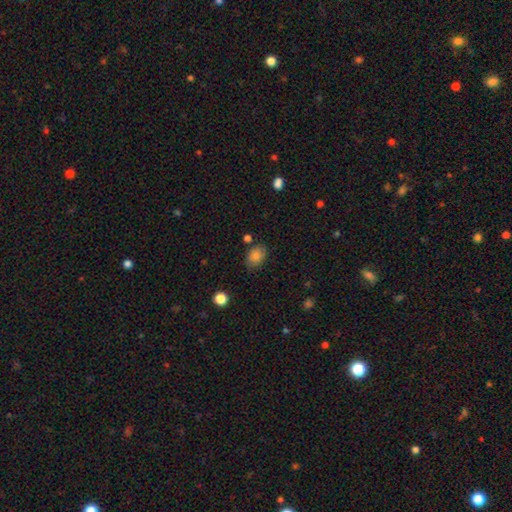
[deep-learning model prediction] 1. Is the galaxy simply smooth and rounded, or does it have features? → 83% smooth, 10% star or artifact, 8% featured or disk.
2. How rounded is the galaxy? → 70% in between, 29% round, 1% cigar-shaped.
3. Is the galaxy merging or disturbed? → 79% none, 14% minor disturbance, 4% merger, 3% major disturbance.